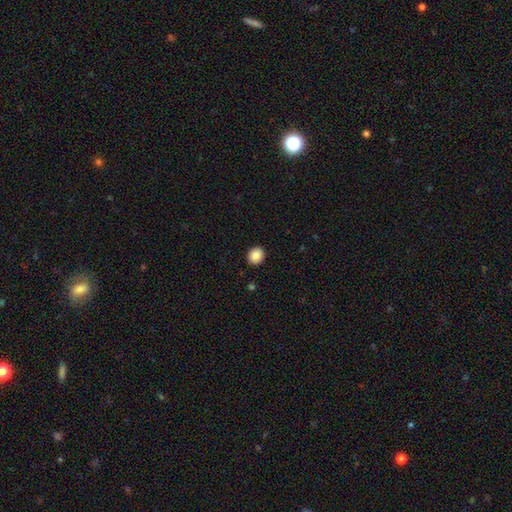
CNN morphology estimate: smooth_or_featured: smooth (p=0.86) [alt: star or artifact p=0.09]
how_rounded: round (p=0.75) [alt: in between p=0.24]
merging: none (p=0.92) [alt: minor disturbance p=0.05]